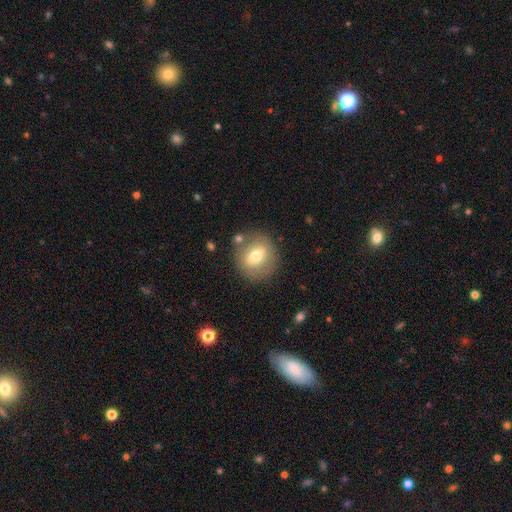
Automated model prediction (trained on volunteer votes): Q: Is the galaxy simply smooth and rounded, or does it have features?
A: smooth — 63%.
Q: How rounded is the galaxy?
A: round — 82%.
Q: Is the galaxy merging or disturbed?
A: none — 81%.